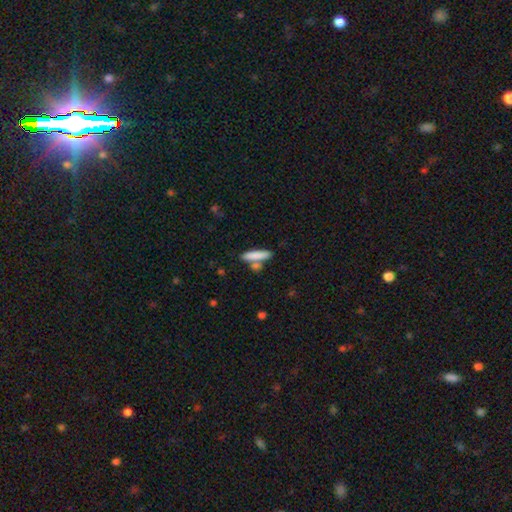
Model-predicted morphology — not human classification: Smooth or featured? Predicted: smooth (p=0.82). How rounded? Predicted: cigar-shaped (p=0.78). Merging? Predicted: none (p=0.68).